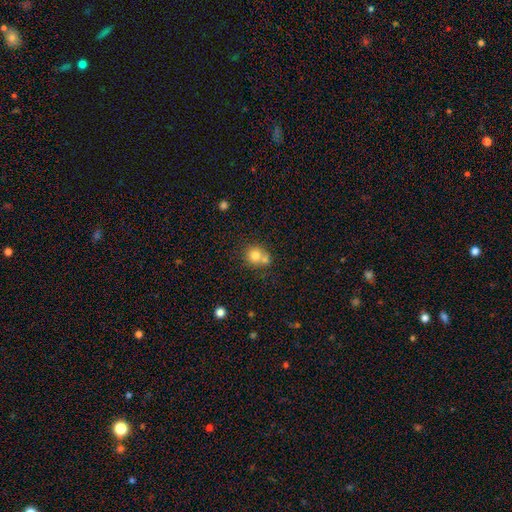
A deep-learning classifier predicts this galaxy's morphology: A smooth galaxy with no disk features (76%) that is round (86%).

Vote fractions:
- Smooth or featured? smooth: 76% / featured or disk: 13% / star or artifact: 11%
- How rounded? round: 86% / in between: 14% / cigar-shaped: 1%
- Merging? none: 48% / merger: 40% / minor disturbance: 9% / major disturbance: 3%